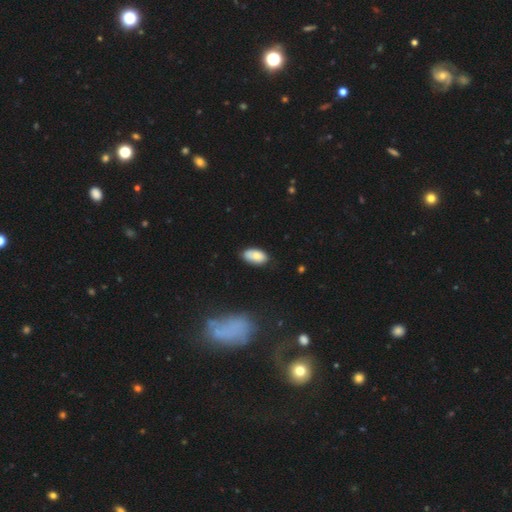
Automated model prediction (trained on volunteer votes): This is likely a smooth galaxy (77%). How rounded: clearly in between (95%). Merging: likely none (75%).